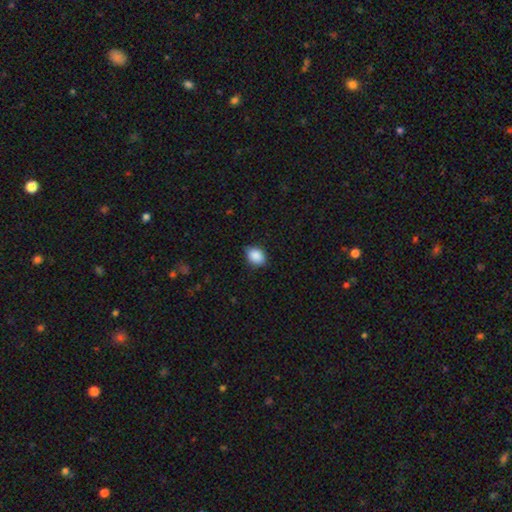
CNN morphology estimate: Smooth or featured? Predicted: smooth (p=0.88). How rounded? Predicted: in between (p=0.63). Merging? Predicted: none (p=0.77).